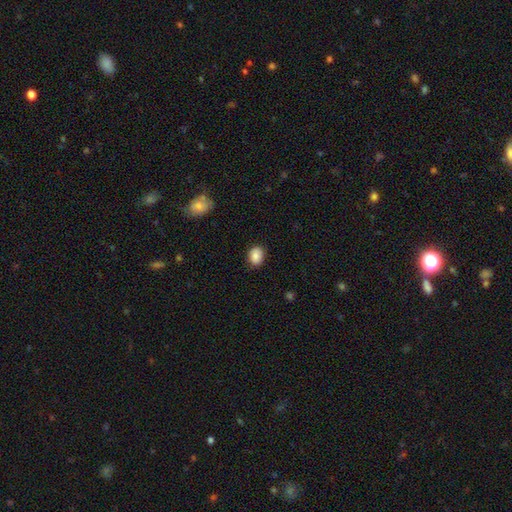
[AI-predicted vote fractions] A smooth galaxy with no disk features (86%) that is in between round and cigar-shaped (59%).

Vote fractions:
- Smooth or featured? smooth: 86% / star or artifact: 8% / featured or disk: 6%
- How rounded? in between: 59% / round: 40% / cigar-shaped: 1%
- Merging? none: 85% / minor disturbance: 12% / major disturbance: 2% / merger: 1%